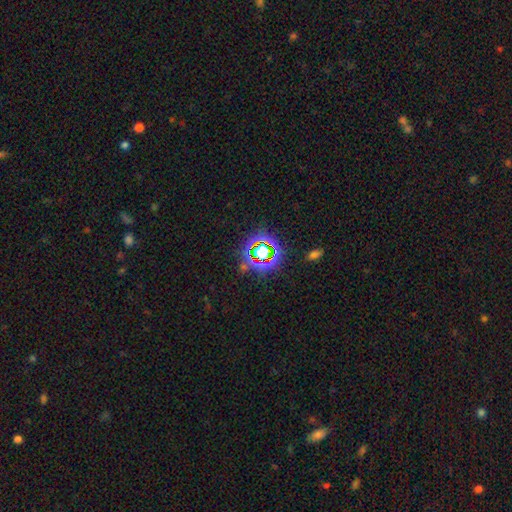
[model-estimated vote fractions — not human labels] Overall: star or artifact (78%).